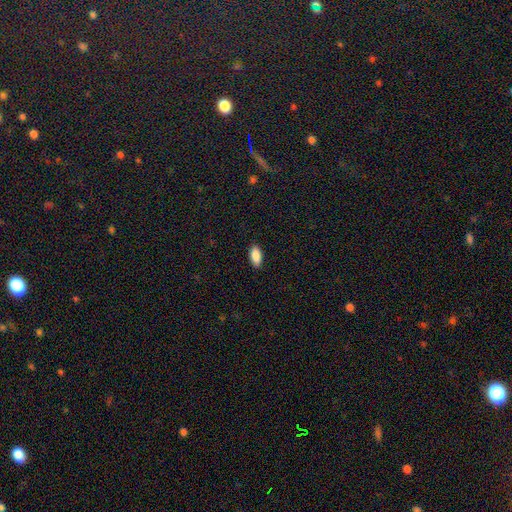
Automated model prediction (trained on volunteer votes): Smooth or featured?
  - smooth: 89% *
  - star or artifact: 7%
  - featured or disk: 4%
How rounded?
  - in between: 89% *
  - cigar-shaped: 9%
  - round: 2%
Merging?
  - none: 89% *
  - minor disturbance: 8%
  - major disturbance: 2%
  - merger: 1%